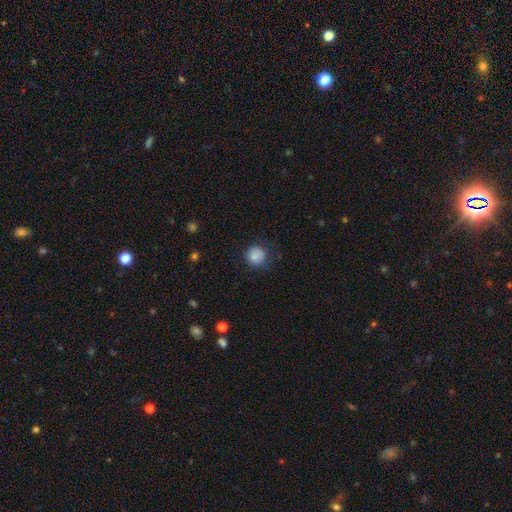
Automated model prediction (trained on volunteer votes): Morphology: type=smooth (83%); roundness=round (91%); merging=none (76%).